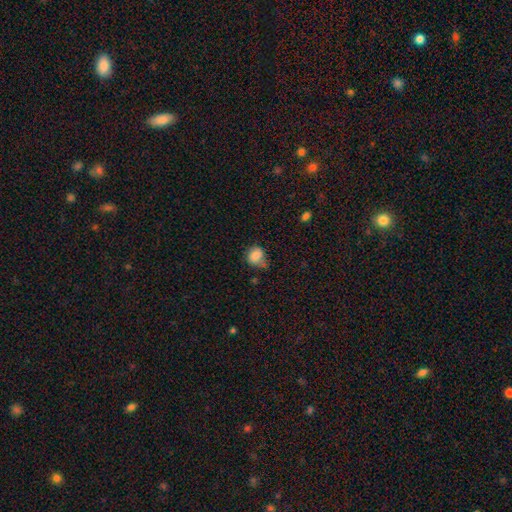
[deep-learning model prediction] smooth_or_featured: smooth (p=0.84) [alt: star or artifact p=0.09]
how_rounded: round (p=0.61) [alt: in between p=0.38]
merging: none (p=0.48) [alt: minor disturbance p=0.36]